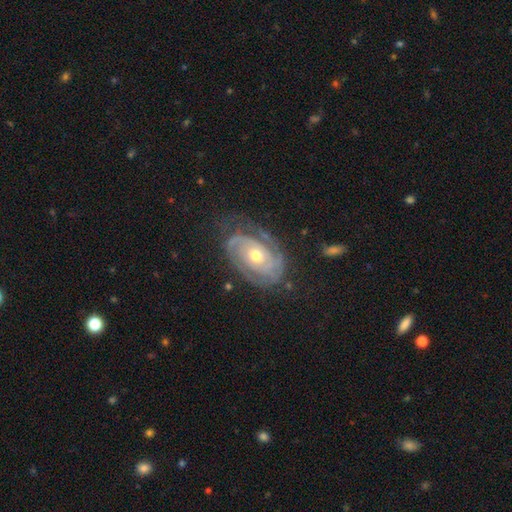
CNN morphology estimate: type=featured or disk (88%); edge-on=no (96%); bar=no (76%); spiral arms=yes (96%); winding=tight (75%); arm count=2 (49%); bulge=moderate (65%); merging=none (72%).